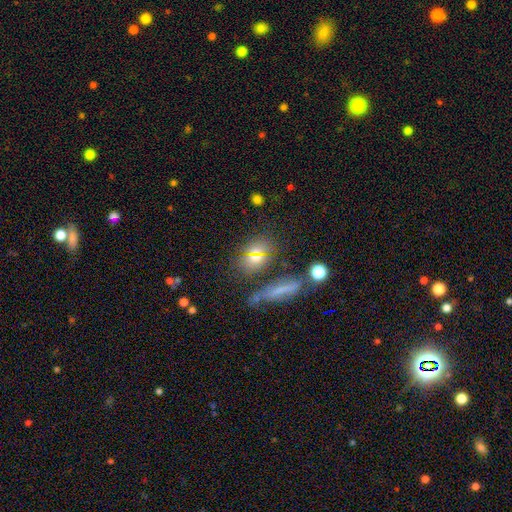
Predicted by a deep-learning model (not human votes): Overall: smooth (62%; star or artifact 24%). How rounded: in between (62%; round 30%). Merging: none (77%).